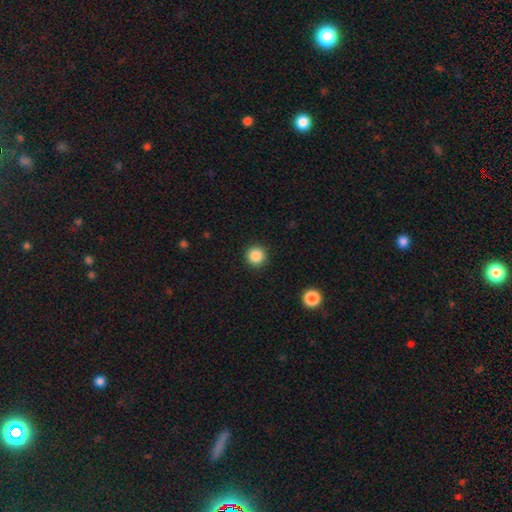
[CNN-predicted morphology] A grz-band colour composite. It shows a smooth galaxy with no disk features (87%) that is round (96%). Merging: none (93%).